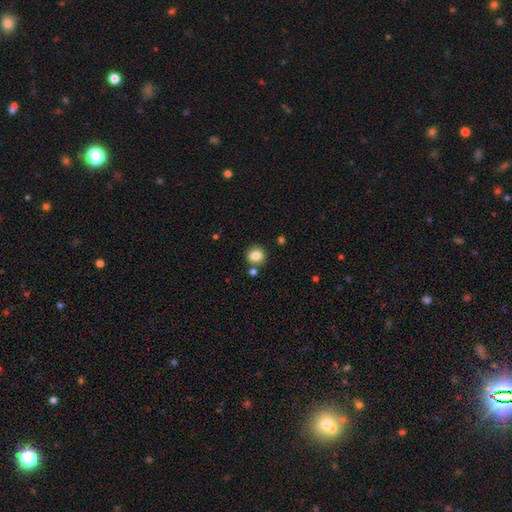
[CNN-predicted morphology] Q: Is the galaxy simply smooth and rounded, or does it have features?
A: smooth — 84%.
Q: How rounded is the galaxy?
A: round — 84%.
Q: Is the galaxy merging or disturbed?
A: none — 79%.